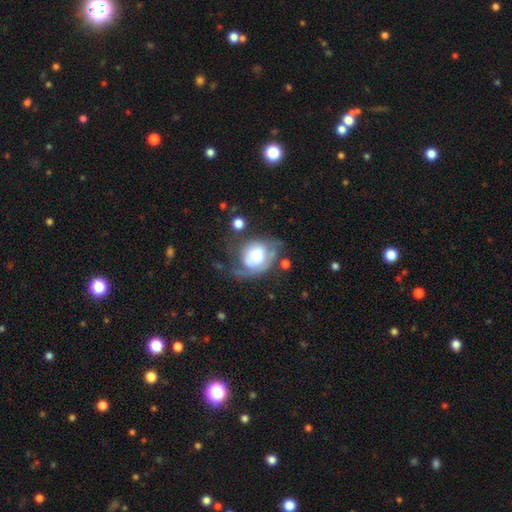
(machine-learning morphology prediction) Smooth or featured? featured or disk (51%)
Edge-on disk? no (95%)
Merging? none (35%)